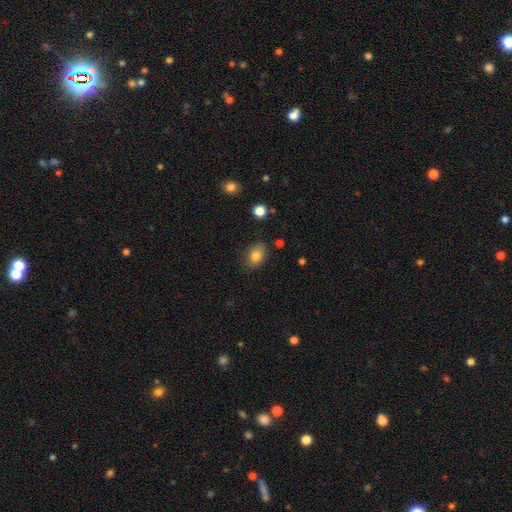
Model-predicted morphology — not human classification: This is likely a smooth galaxy (80%). How rounded: likely in between (78%). Merging: clearly none (83%).